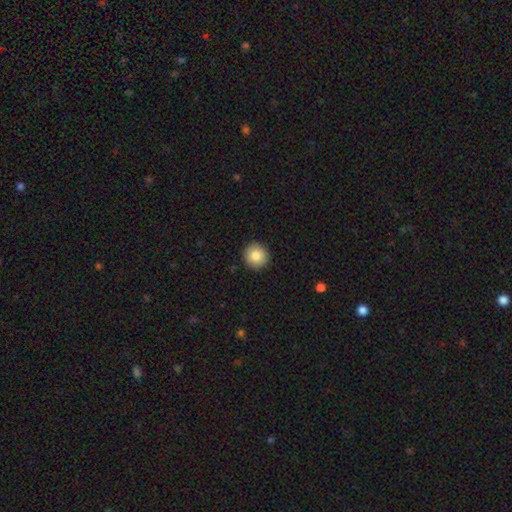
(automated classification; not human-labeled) Overall: smooth (84%). How rounded: round (95%). Merging: none (93%).